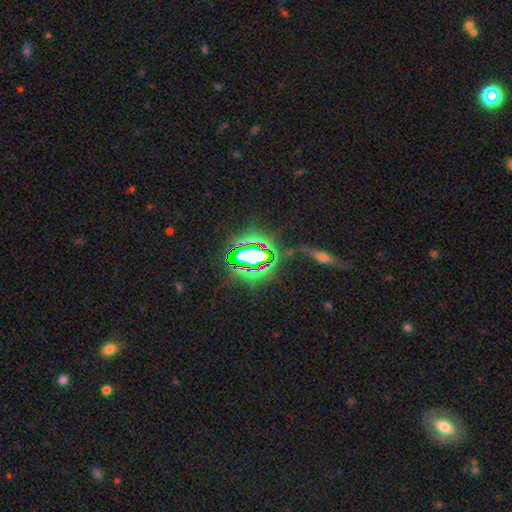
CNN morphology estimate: type=star or artifact (69%).